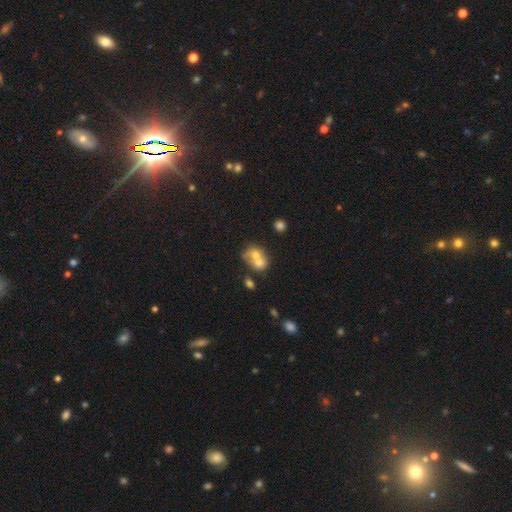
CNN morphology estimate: This appears to be a smooth galaxy with no disk features (62%) that is in between round and cigar-shaped (50%). Merging: merger (67%).